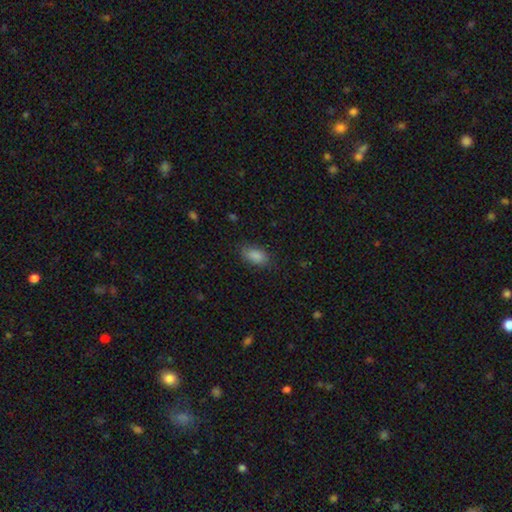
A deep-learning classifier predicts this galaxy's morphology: The model was most divided on "merging": none: 79%, minor disturbance: 16%, major disturbance: 4%, merger: 1%. More confident: how rounded — in between (91%); smooth or featured — smooth (87%).